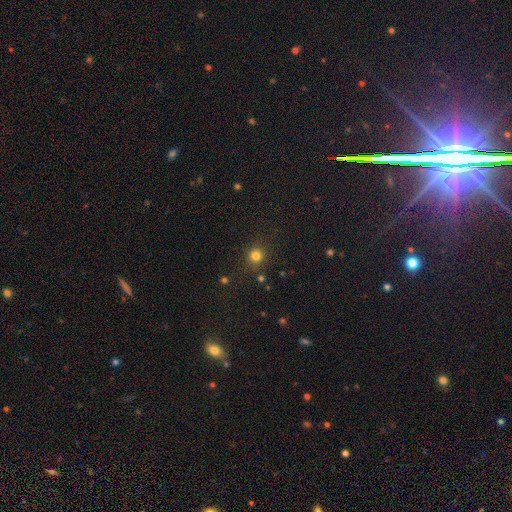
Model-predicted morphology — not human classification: This appears to be a smooth galaxy with no disk features (78%) that is round (91%). Merging: none (85%).